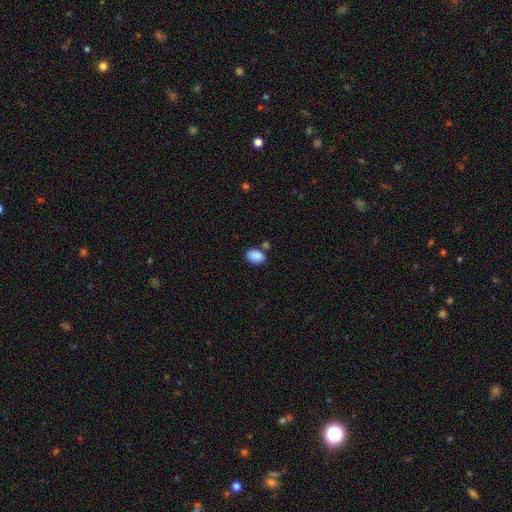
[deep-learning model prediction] Morphology: type=smooth (88%); roundness=in between (83%); merging=none (69%).